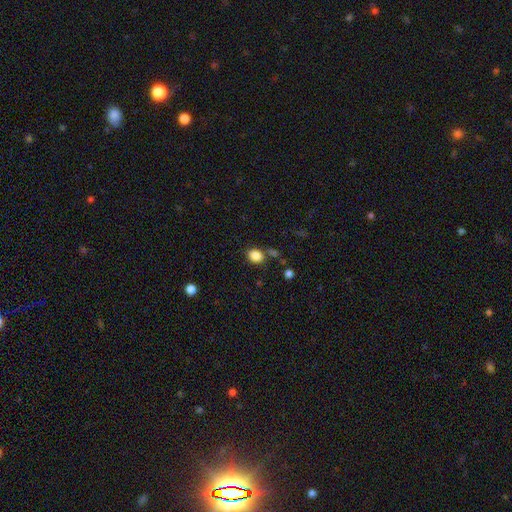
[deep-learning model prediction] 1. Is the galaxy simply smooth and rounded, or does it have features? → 86% smooth, 10% star or artifact, 4% featured or disk.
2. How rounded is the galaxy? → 56% round, 43% in between, 1% cigar-shaped.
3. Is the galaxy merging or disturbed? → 75% none, 12% minor disturbance, 9% merger, 4% major disturbance.